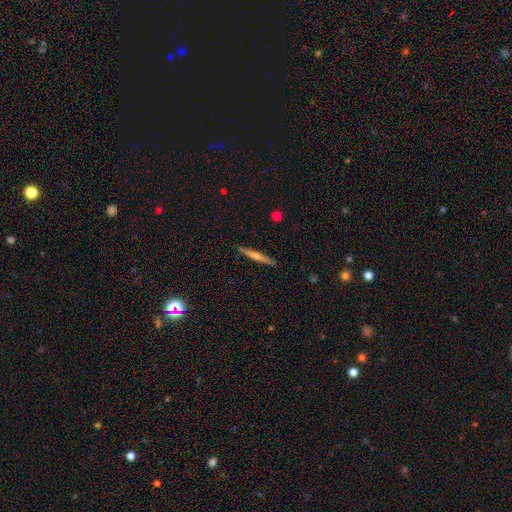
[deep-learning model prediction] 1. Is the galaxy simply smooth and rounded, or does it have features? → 59% featured or disk, 32% smooth, 9% star or artifact.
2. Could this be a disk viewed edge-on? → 97% yes, 3% no.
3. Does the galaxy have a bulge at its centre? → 65% rounded, 28% none, 7% boxy.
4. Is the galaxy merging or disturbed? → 91% none, 6% minor disturbance, 1% major disturbance, 1% merger.